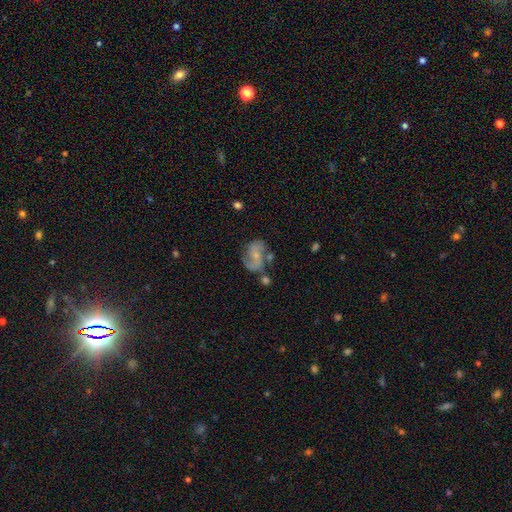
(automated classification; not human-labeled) Smooth or featured: featured or disk — 69% (smooth — 23%)
Edge-on disk: no — 97% (yes — 3%)
Bar: no — 65% (weak — 29%)
Spiral arms: yes — 88% (no — 12%)
Spiral winding: medium — 46% (loose — 35%)
Spiral arm count: 2 — 79% (can't tell — 10%)
Bulge size: small — 65% (moderate — 26%)
Merging: none — 52% (minor disturbance — 23%)